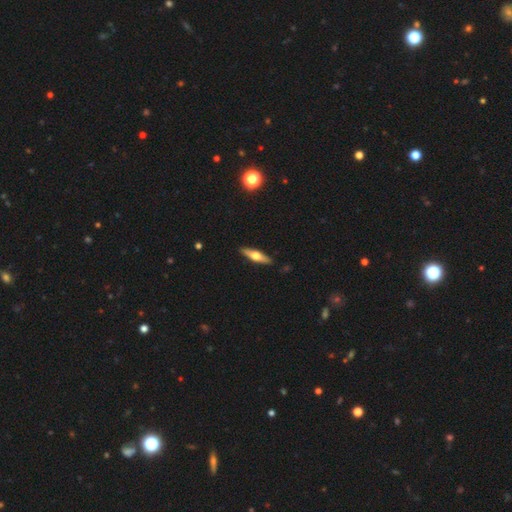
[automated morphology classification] Smooth or featured?
  - featured or disk: 56% *
  - smooth: 39%
  - star or artifact: 6%
Edge-on disk?
  - yes: 93% *
  - no: 7%
Edge-on bulge?
  - rounded: 94% *
  - boxy: 3%
  - none: 3%
Merging?
  - none: 90% *
  - minor disturbance: 7%
  - major disturbance: 2%
  - merger: 1%